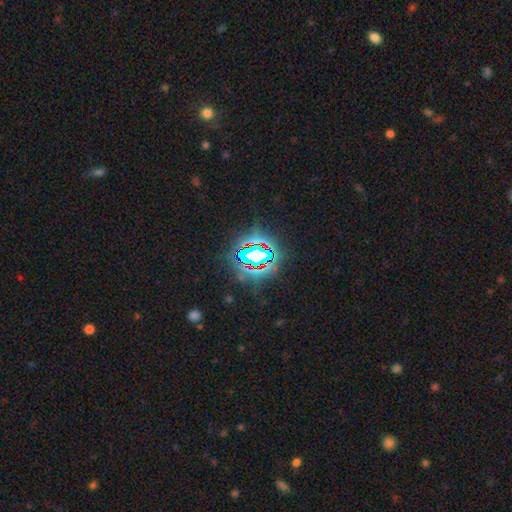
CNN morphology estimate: Smooth or featured? star or artifact (73%)